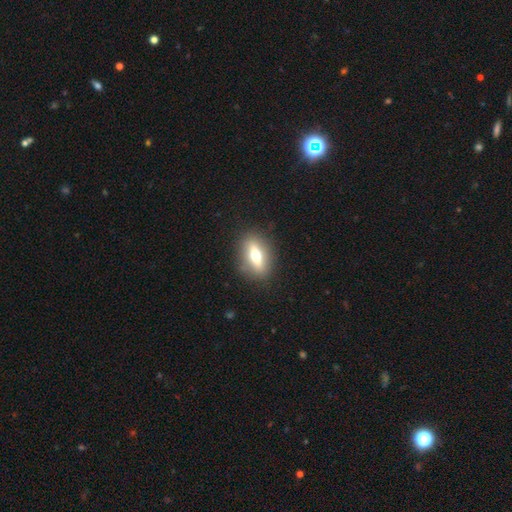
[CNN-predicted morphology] Smooth or featured?
  - smooth: 47% *
  - featured or disk: 45%
  - star or artifact: 8%
Merging?
  - none: 87% *
  - minor disturbance: 9%
  - major disturbance: 4%
  - merger: 1%